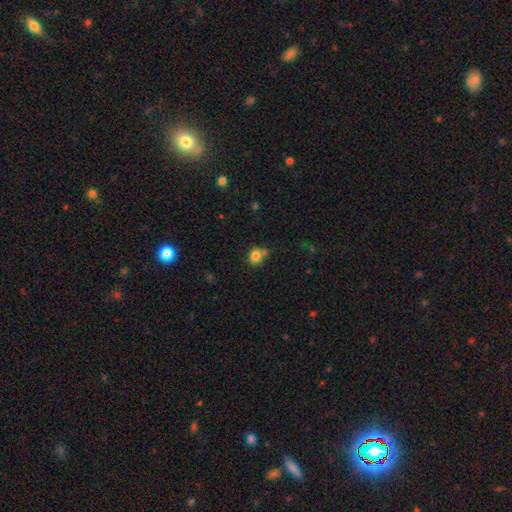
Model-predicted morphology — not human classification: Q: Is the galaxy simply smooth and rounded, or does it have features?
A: smooth — 81%.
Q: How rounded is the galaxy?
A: round — 70%.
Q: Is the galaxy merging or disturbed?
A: none — 59%.